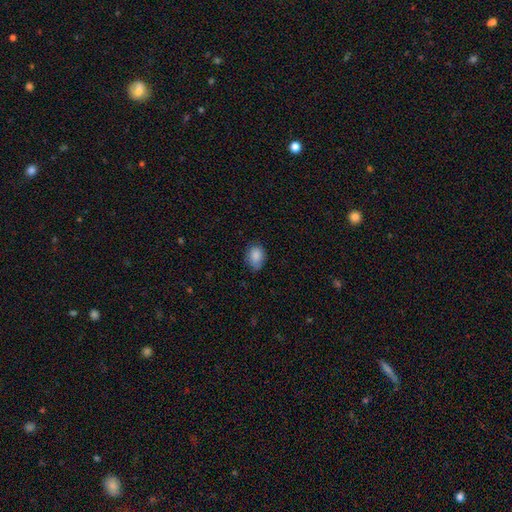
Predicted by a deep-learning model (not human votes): A smooth galaxy with no disk features (87%) that is in between round and cigar-shaped (69%).

Vote fractions:
- Smooth or featured? smooth: 87% / star or artifact: 8% / featured or disk: 6%
- How rounded? in between: 69% / round: 30% / cigar-shaped: 1%
- Merging? none: 68% / minor disturbance: 26% / major disturbance: 5% / merger: 1%